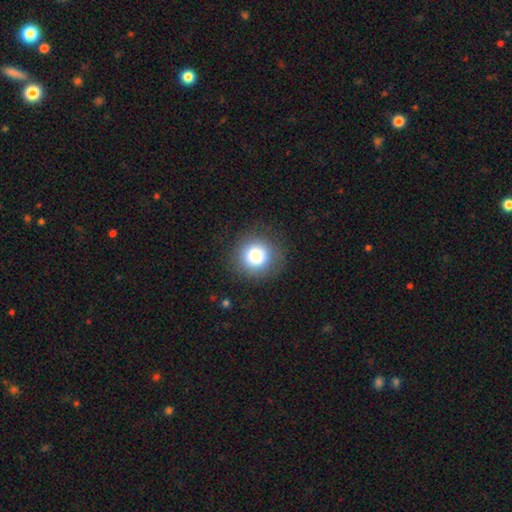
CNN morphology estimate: This is likely a smooth galaxy (79%). How rounded: clearly round (93%). Merging: clearly none (86%).